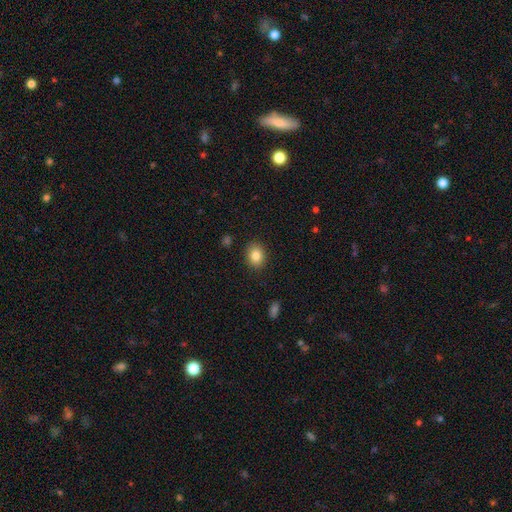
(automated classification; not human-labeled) The model was most divided on "how rounded": round: 52%, in between: 47%, cigar-shaped: 1%. More confident: merging — none (88%); smooth or featured — smooth (85%).